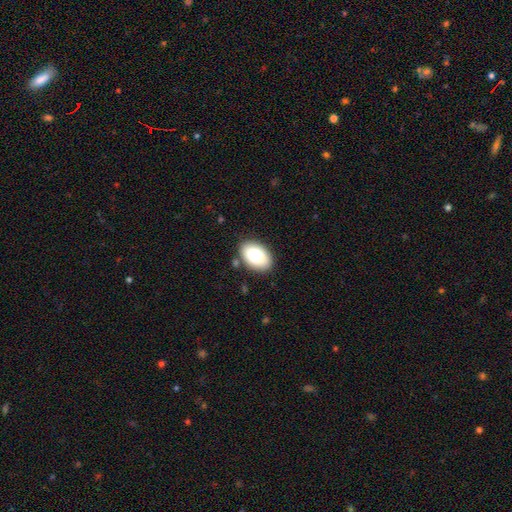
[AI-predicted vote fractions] This is likely a smooth galaxy (78%). How rounded: clearly in between (90%). Merging: clearly none (85%).